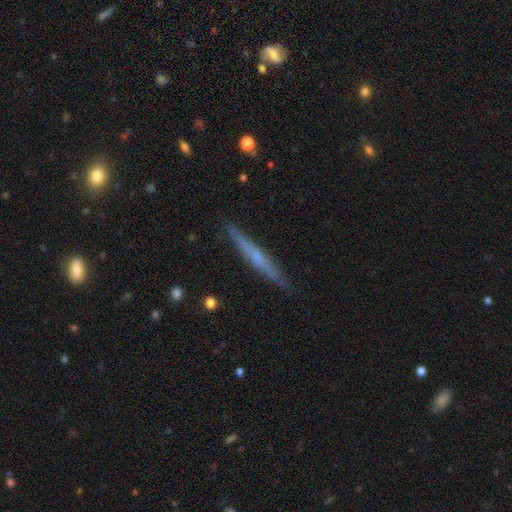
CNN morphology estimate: smooth-or-featured: featured or disk: 59% | smooth: 35% | star or artifact: 6%
  disk-edge-on: yes: 97% | no: 3%
    edge-on-bulge: none: 53% | rounded: 41% | boxy: 6%
  merging: none: 89% | minor disturbance: 8% | major disturbance: 1% | merger: 1%